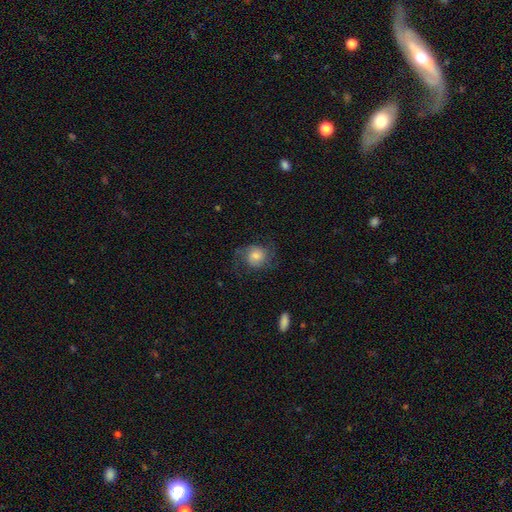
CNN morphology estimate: A smooth galaxy with no disk features (48%).

Vote fractions:
- Smooth or featured? smooth: 48% / featured or disk: 42% / star or artifact: 10%
- Merging? none: 65% / minor disturbance: 19% / major disturbance: 15% / merger: 1%